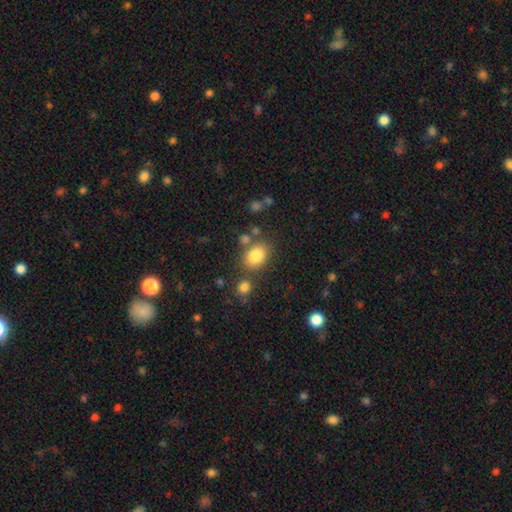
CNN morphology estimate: This appears to be a smooth galaxy with no disk features (82%) that is in between round and cigar-shaped (68%). Merging: none (72%).